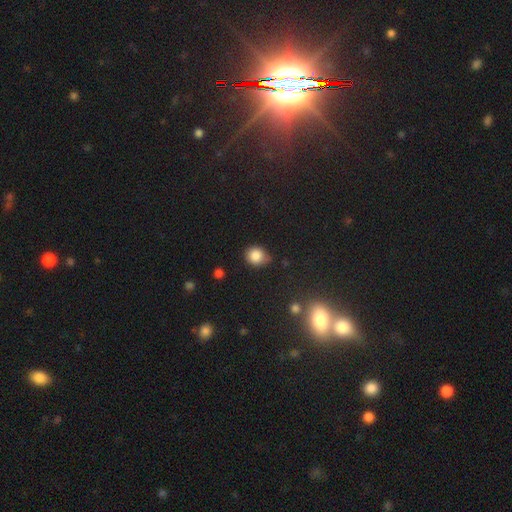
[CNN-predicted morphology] Smooth or featured?
  - smooth: 83% *
  - star or artifact: 11%
  - featured or disk: 6%
How rounded?
  - round: 74% *
  - in between: 25%
  - cigar-shaped: 1%
Merging?
  - none: 62% *
  - minor disturbance: 29%
  - major disturbance: 6%
  - merger: 3%